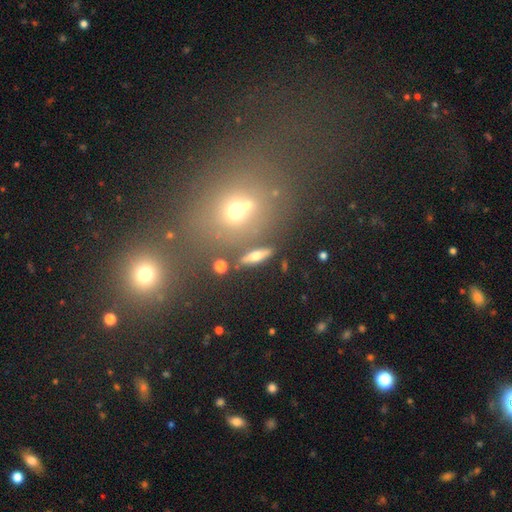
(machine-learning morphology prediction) A smooth galaxy with no disk features (47%). Merging: none (81%).